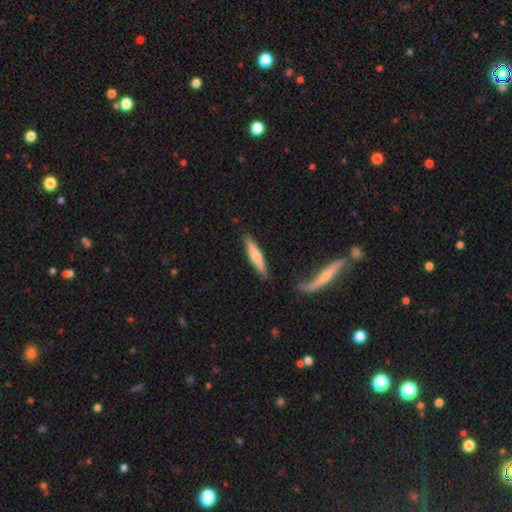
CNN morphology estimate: This appears to be a smooth galaxy with no disk features (62%) that is cigar-shaped (86%). Merging: none (84%).